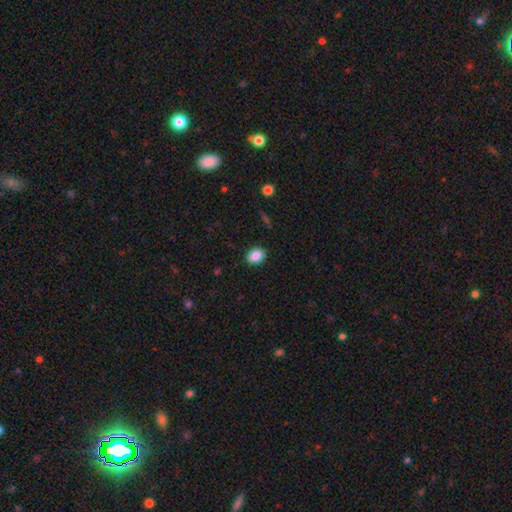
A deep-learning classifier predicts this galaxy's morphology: smooth_or_featured: smooth (p=0.87) [alt: star or artifact p=0.09]
how_rounded: in between (p=0.63) [alt: round p=0.36]
merging: none (p=0.89) [alt: minor disturbance p=0.08]